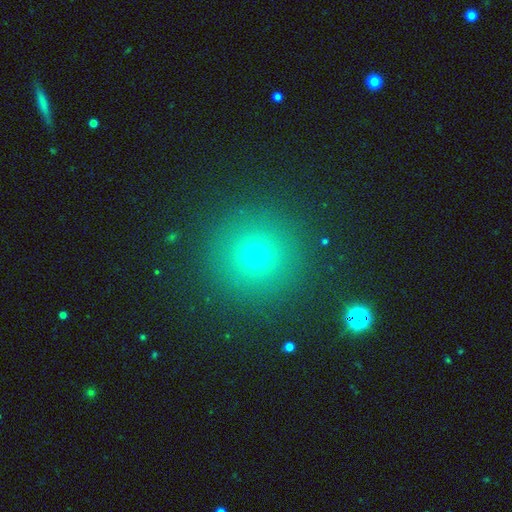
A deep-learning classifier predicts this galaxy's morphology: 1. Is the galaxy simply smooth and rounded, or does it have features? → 65% smooth, 26% star or artifact, 8% featured or disk.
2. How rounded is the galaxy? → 96% round, 3% in between, 1% cigar-shaped.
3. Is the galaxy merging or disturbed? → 92% none, 5% minor disturbance, 2% major disturbance, 1% merger.